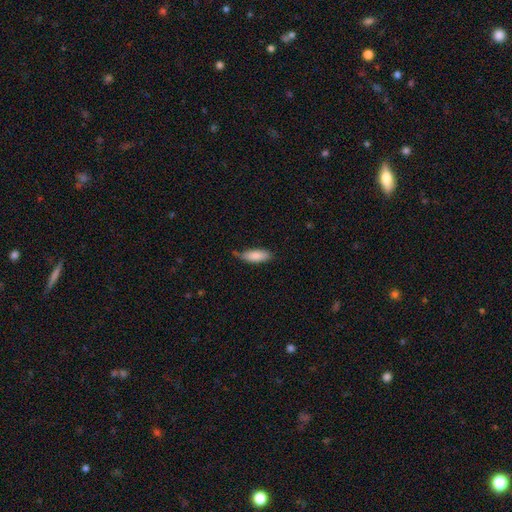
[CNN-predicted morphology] Smooth or featured? Predicted: smooth (p=0.85). How rounded? Predicted: in between (p=0.73). Merging? Predicted: none (p=0.60).